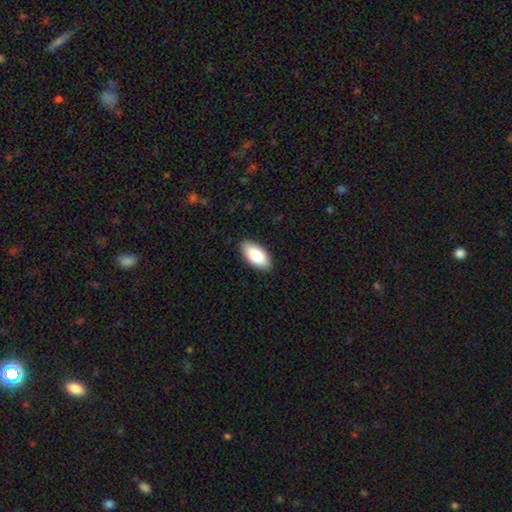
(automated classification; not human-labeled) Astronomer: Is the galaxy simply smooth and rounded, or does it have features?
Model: smooth — 87%.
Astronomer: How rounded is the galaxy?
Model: in between — 94%.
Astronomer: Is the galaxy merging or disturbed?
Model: none — 88%.